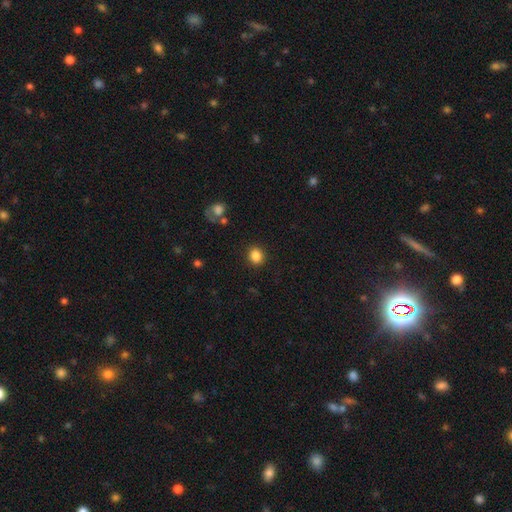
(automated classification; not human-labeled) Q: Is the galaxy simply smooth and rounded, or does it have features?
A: smooth — 86%.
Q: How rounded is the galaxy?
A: round — 67%.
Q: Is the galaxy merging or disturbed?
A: none — 89%.